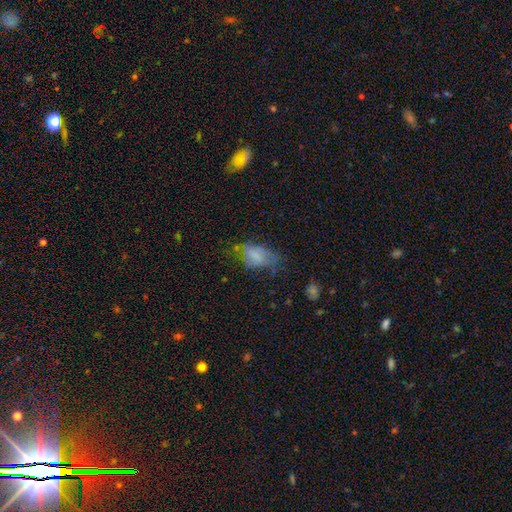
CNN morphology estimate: Smooth or featured? Predicted: smooth (p=0.64). How rounded? Predicted: in between (p=0.89). Merging? Predicted: none (p=0.35).